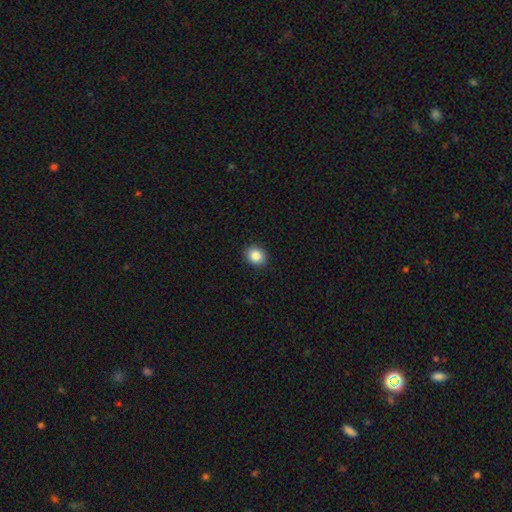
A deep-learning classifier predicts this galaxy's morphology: smooth_or_featured: smooth (p=0.86) [alt: star or artifact p=0.09]
how_rounded: round (p=0.59) [alt: in between p=0.40]
merging: none (p=0.90) [alt: minor disturbance p=0.07]